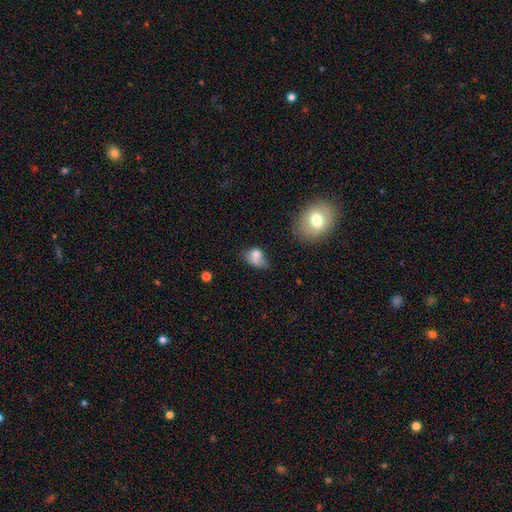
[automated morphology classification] A smooth galaxy with no disk features (73%) that is in between round and cigar-shaped (74%). Merging: minor disturbance (32%).